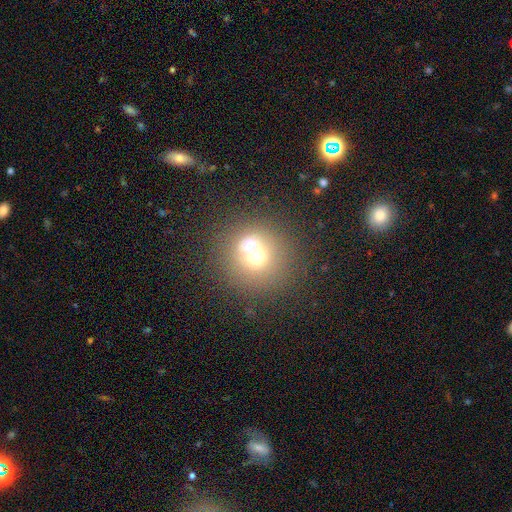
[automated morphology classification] A smooth galaxy with no disk features (64%) that is round (92%). Merging: none (49%).